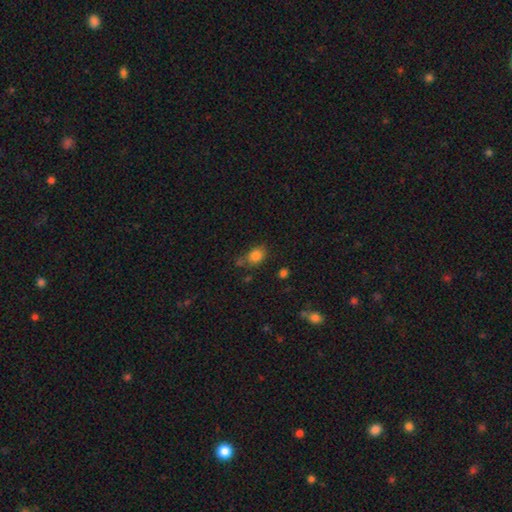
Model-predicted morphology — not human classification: Smooth or featured: smooth — 83% (star or artifact — 11%)
How rounded: in between — 67% (round — 32%)
Merging: none — 60% (minor disturbance — 21%)